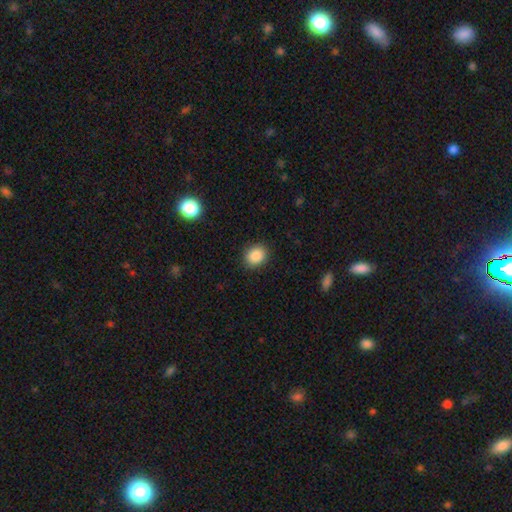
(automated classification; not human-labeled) A smooth galaxy with no disk features (86%) that is round (63%).

Vote fractions:
- Smooth or featured? smooth: 86% / star or artifact: 9% / featured or disk: 5%
- How rounded? round: 63% / in between: 36% / cigar-shaped: 1%
- Merging? none: 89% / minor disturbance: 8% / major disturbance: 2% / merger: 1%